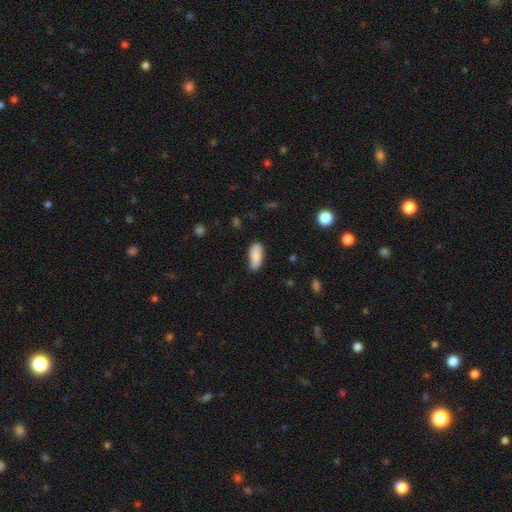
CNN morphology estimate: The model was most divided on "merging": none: 77%, minor disturbance: 18%, major disturbance: 3%, merger: 2%. More confident: smooth or featured — smooth (85%); how rounded — in between (81%).